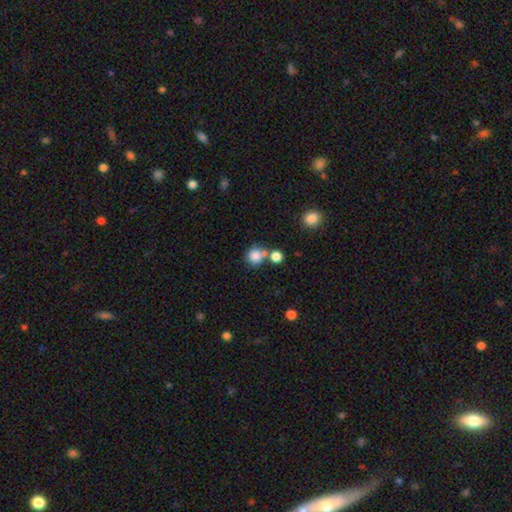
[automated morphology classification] type=smooth (82%); roundness=round (88%); merging=none (57%).